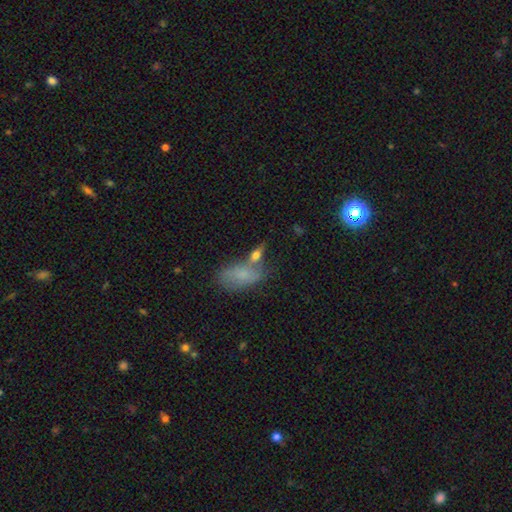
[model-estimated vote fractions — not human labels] Smooth or featured: smooth — 58% (featured or disk — 32%)
How rounded: in between — 66% (cigar-shaped — 23%)
Merging: none — 48% (merger — 31%)